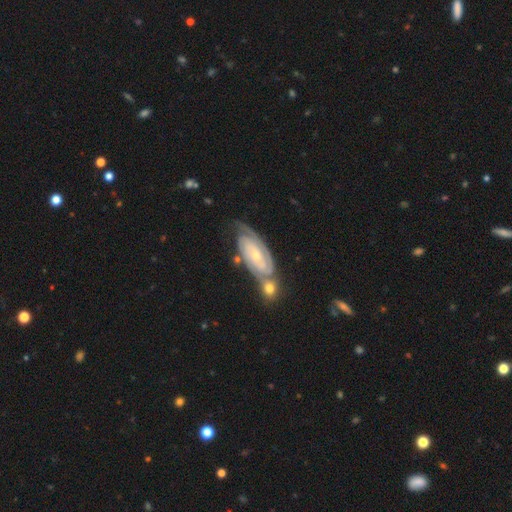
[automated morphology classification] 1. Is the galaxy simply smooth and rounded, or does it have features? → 86% featured or disk, 9% smooth, 5% star or artifact.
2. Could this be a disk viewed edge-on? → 94% no, 6% yes.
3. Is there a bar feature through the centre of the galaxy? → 63% no, 27% weak, 10% strong.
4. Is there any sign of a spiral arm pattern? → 97% yes, 3% no.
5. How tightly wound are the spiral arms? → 73% tight, 22% medium, 5% loose.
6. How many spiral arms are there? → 63% 2, 18% can't tell, 10% 3, 3% 1, 3% 4, 2% more than 4.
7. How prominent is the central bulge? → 61% small, 35% moderate, 2% large, 1% none, 1% dominant.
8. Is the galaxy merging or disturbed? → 51% none, 27% merger, 16% minor disturbance, 7% major disturbance.